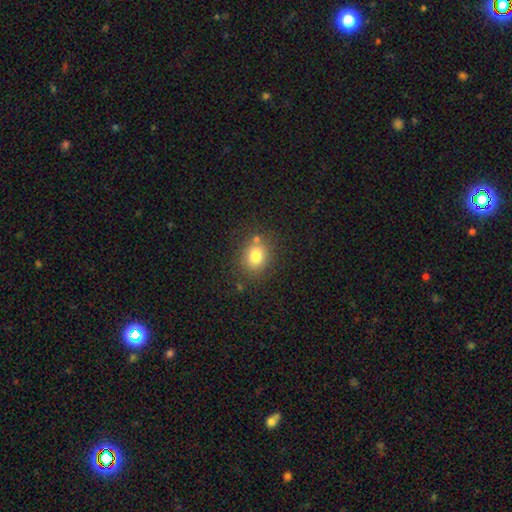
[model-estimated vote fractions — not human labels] Smooth or featured? smooth (79%)
How rounded? round (68%)
Merging? none (77%)